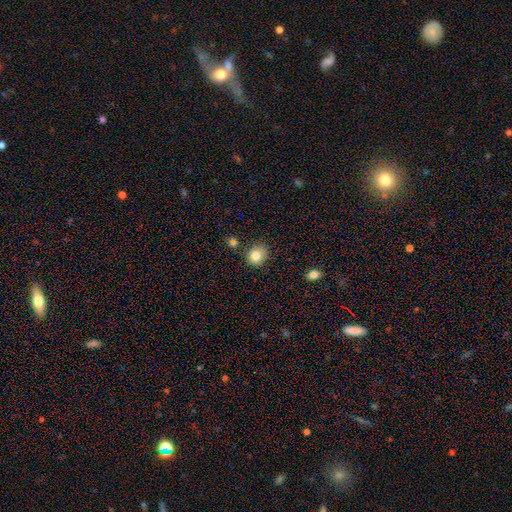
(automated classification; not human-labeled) Morphology: type=smooth (82%); roundness=round (77%); merging=none (78%).